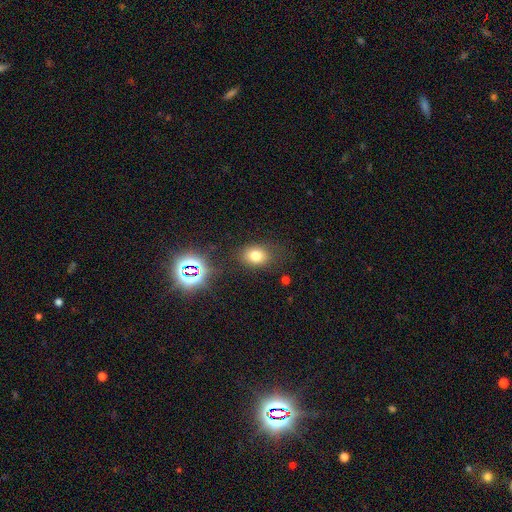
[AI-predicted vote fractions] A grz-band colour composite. It shows a smooth galaxy with no disk features (74%) that is in between round and cigar-shaped (61%). Merging: none (78%).